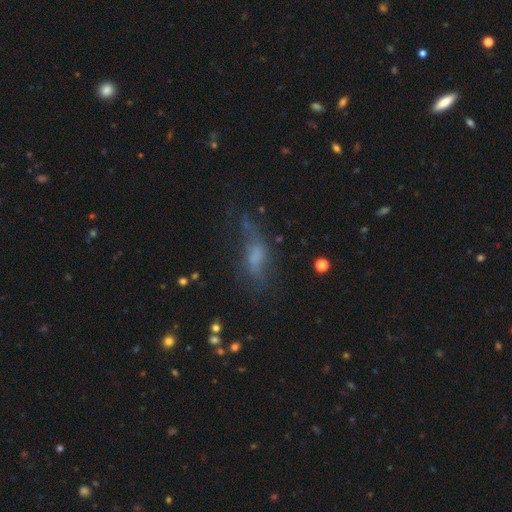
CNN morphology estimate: A smooth galaxy with no disk features (44%).

Vote fractions:
- Smooth or featured? smooth: 44% / featured or disk: 38% / star or artifact: 18%
- Merging? none: 44% / major disturbance: 27% / minor disturbance: 26% / merger: 4%